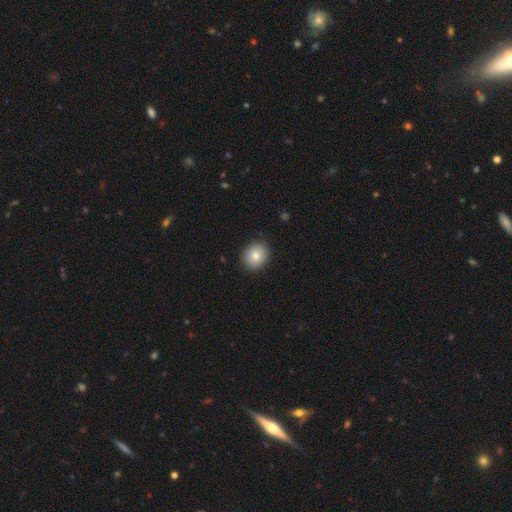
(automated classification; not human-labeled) A smooth galaxy with no disk features (84%) that is round (70%). Merging: none (90%).